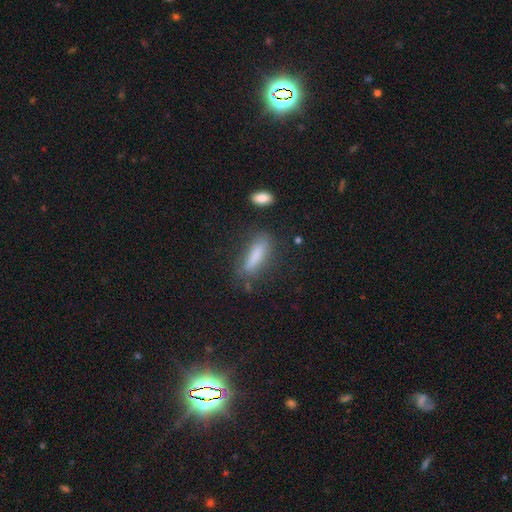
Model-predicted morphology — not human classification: The model was most divided on "how rounded": cigar-shaped: 68%, in between: 30%, round: 2%. More confident: smooth or featured — smooth (76%); merging — none (71%).